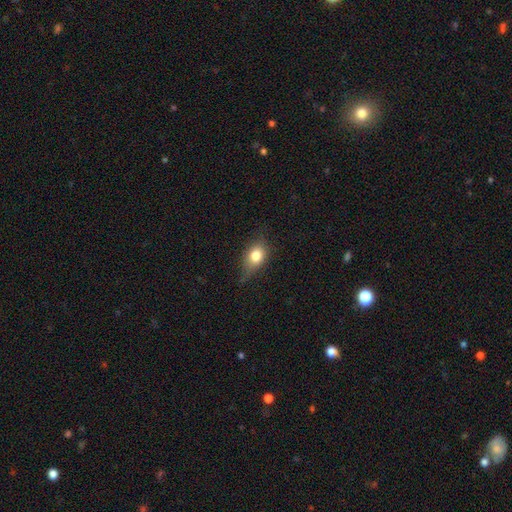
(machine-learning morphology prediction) A smooth galaxy with no disk features (76%) that is in between round and cigar-shaped (67%).

Vote fractions:
- Smooth or featured? smooth: 76% / featured or disk: 14% / star or artifact: 10%
- How rounded? in between: 67% / round: 29% / cigar-shaped: 4%
- Merging? none: 63% / minor disturbance: 28% / major disturbance: 7% / merger: 1%